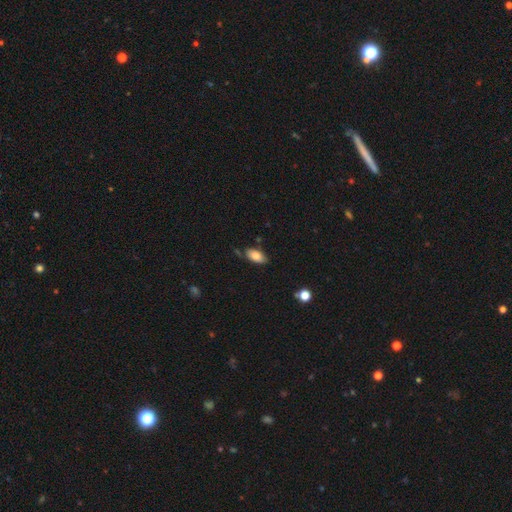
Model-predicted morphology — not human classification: Smooth or featured? smooth (80%)
How rounded? in between (92%)
Merging? none (76%)